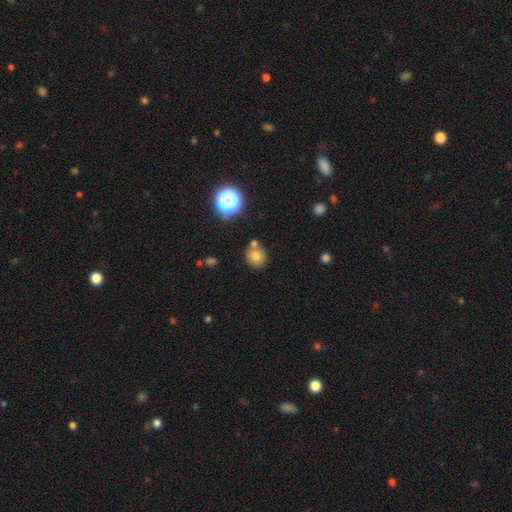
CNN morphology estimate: smooth 75%, star or artifact 14%, featured or disk 11%. Down the decision tree: how rounded — round (77%); merging — none (67%).